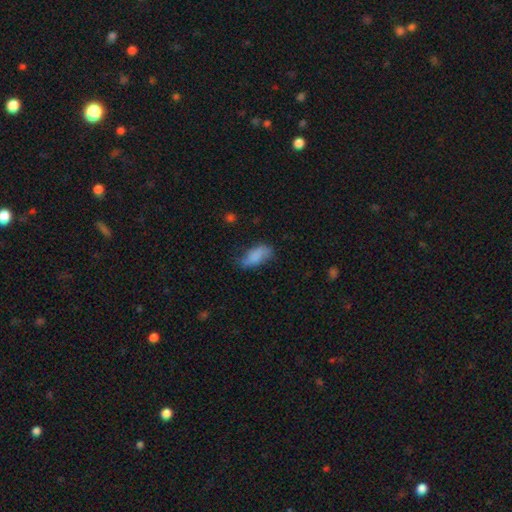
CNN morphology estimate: type=smooth (77%); roundness=in between (86%); merging=none (55%).